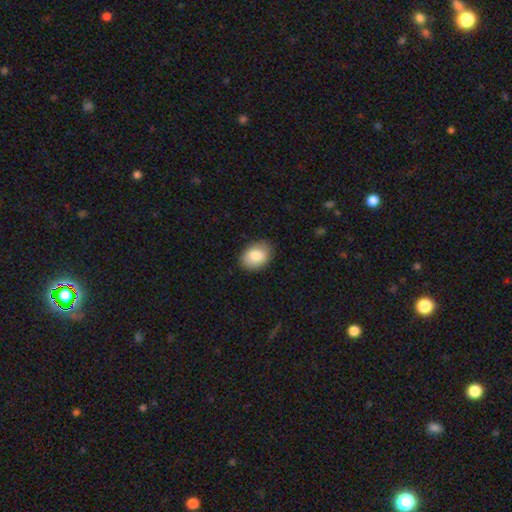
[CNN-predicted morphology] Smooth or featured?
  - smooth: 84% *
  - featured or disk: 9%
  - star or artifact: 7%
How rounded?
  - in between: 73% *
  - round: 26%
  - cigar-shaped: 1%
Merging?
  - none: 86% *
  - minor disturbance: 10%
  - major disturbance: 2%
  - merger: 1%